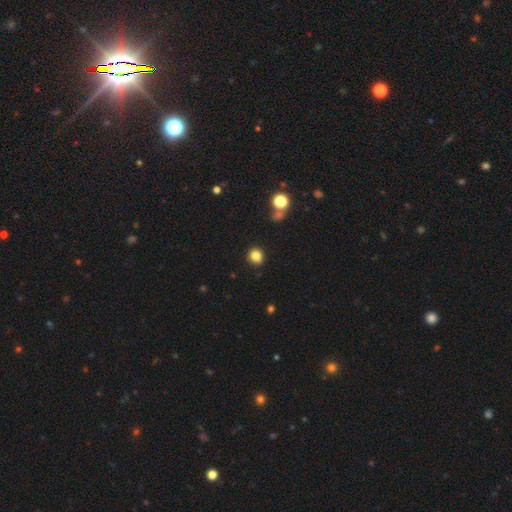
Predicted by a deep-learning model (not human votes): Smooth or featured: smooth — 83% (star or artifact — 12%)
How rounded: round — 83% (in between — 16%)
Merging: none — 89% (minor disturbance — 8%)